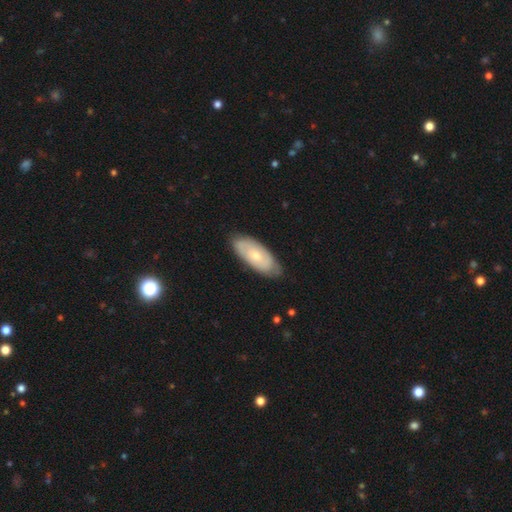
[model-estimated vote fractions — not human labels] smooth-or-featured: smooth: 50% | featured or disk: 45% | star or artifact: 5%
  merging: none: 77% | minor disturbance: 19% | major disturbance: 3% | merger: 1%